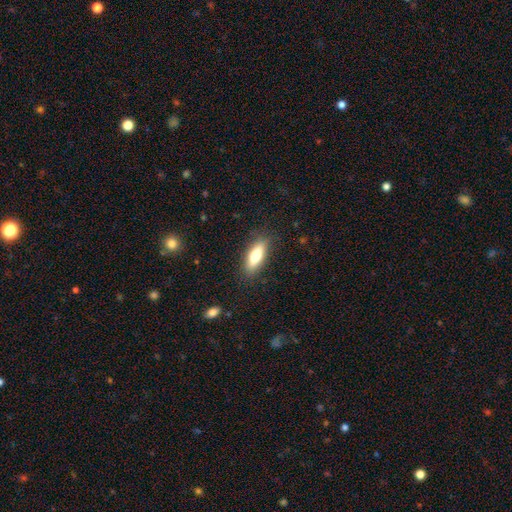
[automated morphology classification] smooth-or-featured: smooth: 72% | featured or disk: 21% | star or artifact: 7%
  how-rounded: in between: 58% | cigar-shaped: 40% | round: 2%
  merging: none: 86% | minor disturbance: 10% | major disturbance: 3% | merger: 1%